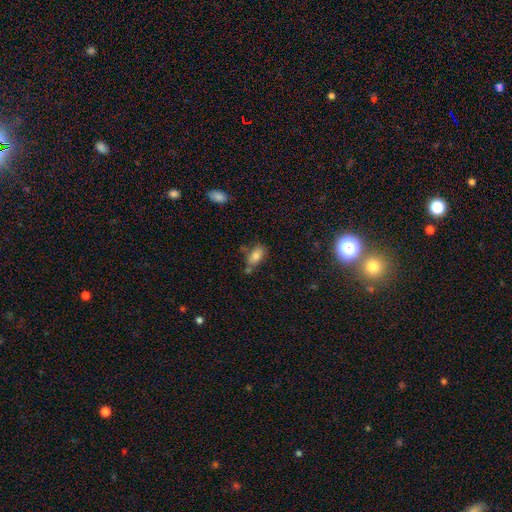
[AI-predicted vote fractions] Smooth or featured?
  - smooth: 79% *
  - featured or disk: 11%
  - star or artifact: 9%
How rounded?
  - in between: 89% *
  - cigar-shaped: 6%
  - round: 4%
Merging?
  - none: 59% *
  - minor disturbance: 20%
  - merger: 15%
  - major disturbance: 6%